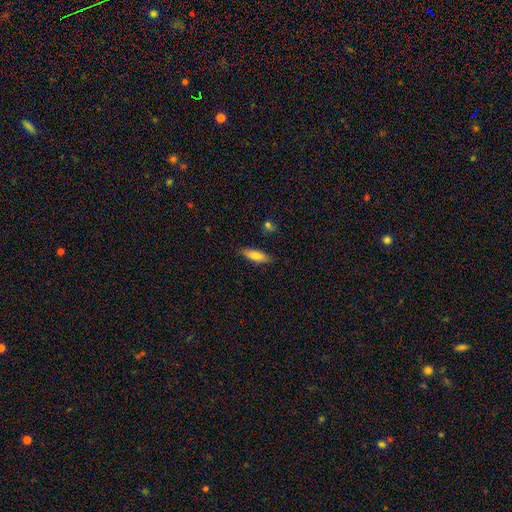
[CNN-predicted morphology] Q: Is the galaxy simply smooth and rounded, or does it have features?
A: smooth — 77%.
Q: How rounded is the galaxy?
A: in between — 56%.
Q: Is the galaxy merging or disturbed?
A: none — 83%.